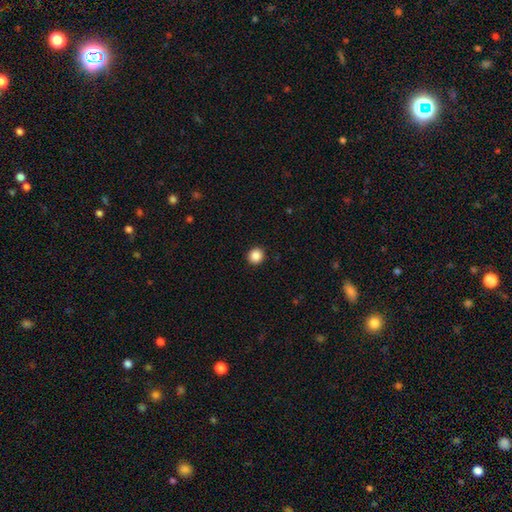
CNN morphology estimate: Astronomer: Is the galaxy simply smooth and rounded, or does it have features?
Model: smooth — 88%.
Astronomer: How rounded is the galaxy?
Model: round — 93%.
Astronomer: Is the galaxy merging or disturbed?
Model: none — 93%.